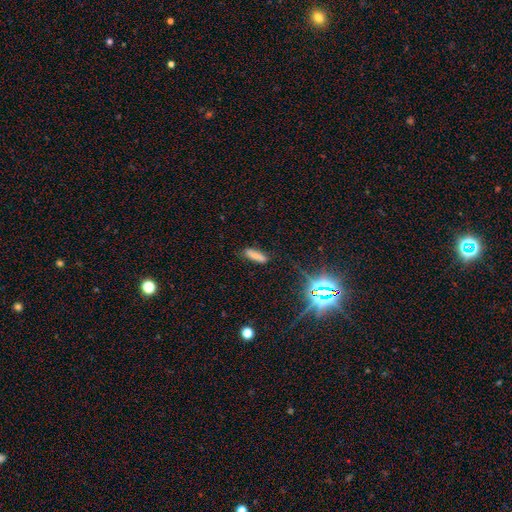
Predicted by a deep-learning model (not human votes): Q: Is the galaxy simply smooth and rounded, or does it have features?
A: smooth — 72%.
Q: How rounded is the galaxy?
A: cigar-shaped — 51%.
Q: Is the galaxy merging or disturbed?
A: none — 79%.